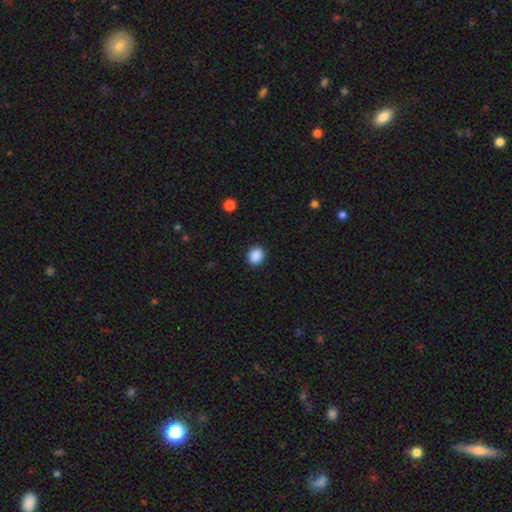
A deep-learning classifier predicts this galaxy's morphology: The model was most divided on "how rounded": round: 68%, in between: 31%, cigar-shaped: 1%. More confident: merging — none (91%); smooth or featured — smooth (89%).